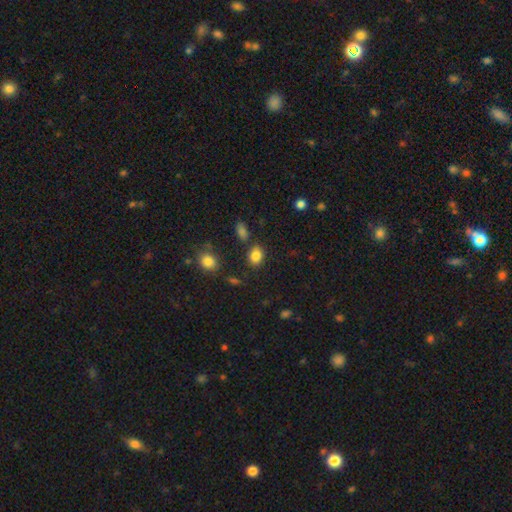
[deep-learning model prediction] Q: Smooth or featured?
A: smooth (84%); runner-up: star or artifact (11%)
Q: How rounded?
A: in between (58%); runner-up: round (40%)
Q: Merging?
A: none (79%); runner-up: minor disturbance (12%)